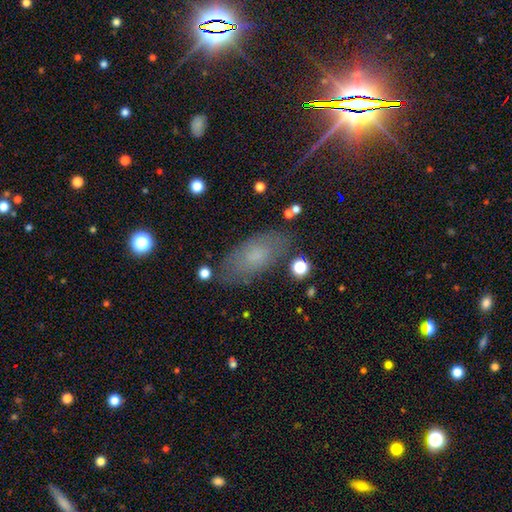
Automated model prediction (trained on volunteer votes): The model was most divided on "smooth or featured": smooth: 64%, featured or disk: 23%, star or artifact: 14%. More confident: how rounded — in between (89%); merging — none (77%).